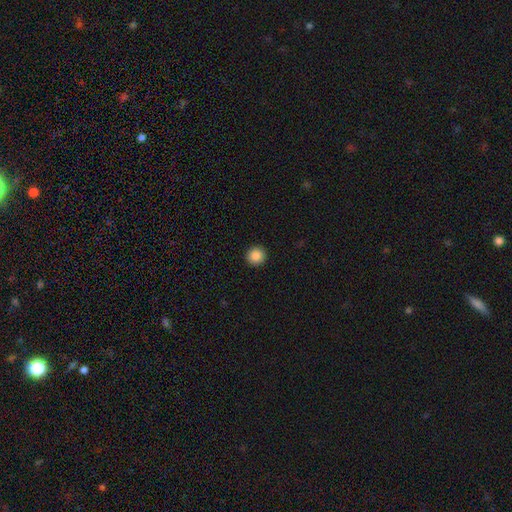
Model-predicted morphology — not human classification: type=smooth (86%); roundness=round (95%); merging=none (93%).